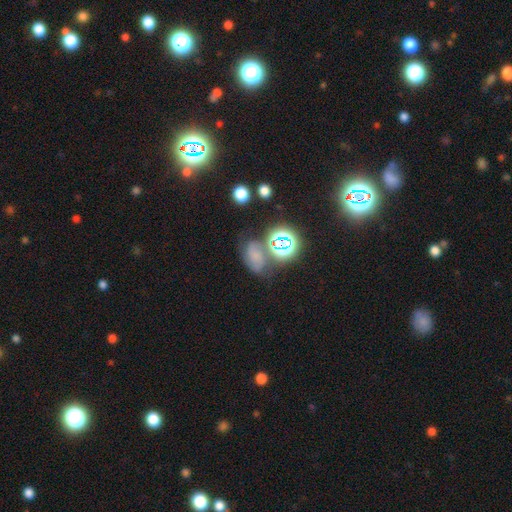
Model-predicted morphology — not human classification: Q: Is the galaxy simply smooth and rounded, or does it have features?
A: smooth — 43%.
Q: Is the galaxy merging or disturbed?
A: none — 49%.